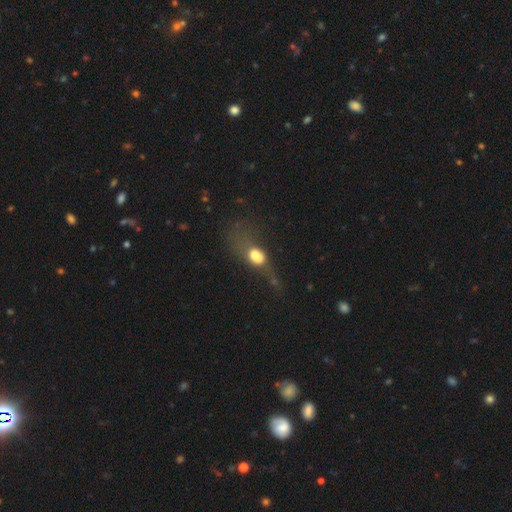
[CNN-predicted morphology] A smooth galaxy with no disk features (66%) that is in between round and cigar-shaped (74%). Merging: major disturbance (49%).